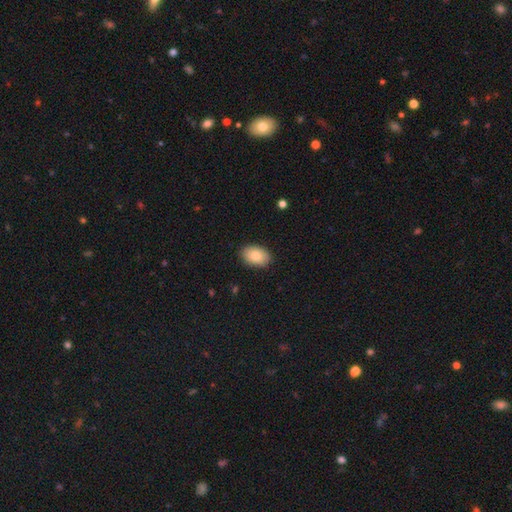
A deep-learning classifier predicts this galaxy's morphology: A smooth galaxy with no disk features (83%) that is in between round and cigar-shaped (88%). Merging: none (89%).